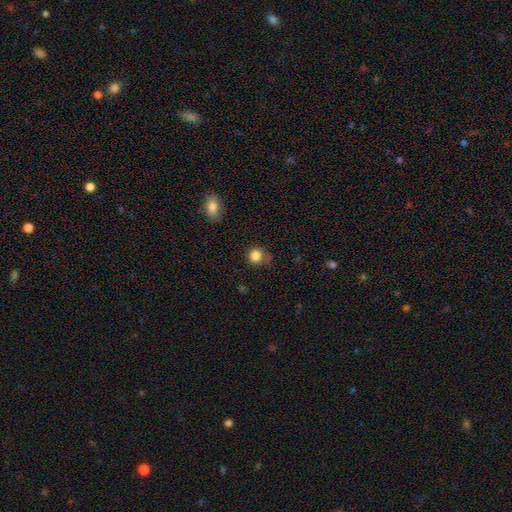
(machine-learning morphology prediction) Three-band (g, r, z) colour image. It shows a smooth galaxy with no disk features (84%) that is round (85%). Merging: none (64%).